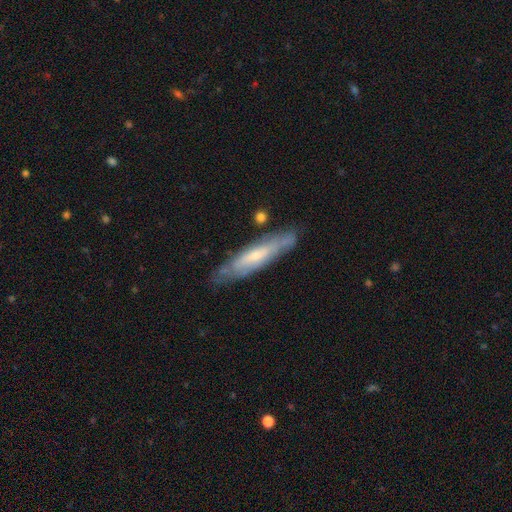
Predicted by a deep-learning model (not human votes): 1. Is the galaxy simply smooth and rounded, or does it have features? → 56% featured or disk, 38% smooth, 6% star or artifact.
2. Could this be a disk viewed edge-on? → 55% yes, 45% no.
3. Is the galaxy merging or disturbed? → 74% none, 19% minor disturbance, 5% major disturbance, 3% merger.